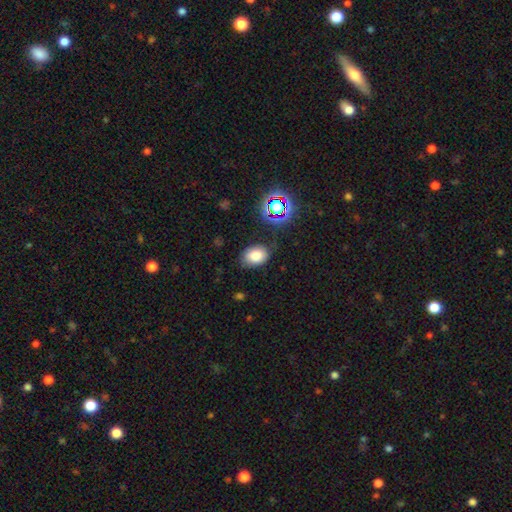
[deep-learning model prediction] Q: Smooth or featured?
A: smooth (77%); runner-up: star or artifact (13%)
Q: How rounded?
A: in between (76%); runner-up: round (23%)
Q: Merging?
A: none (76%); runner-up: minor disturbance (17%)